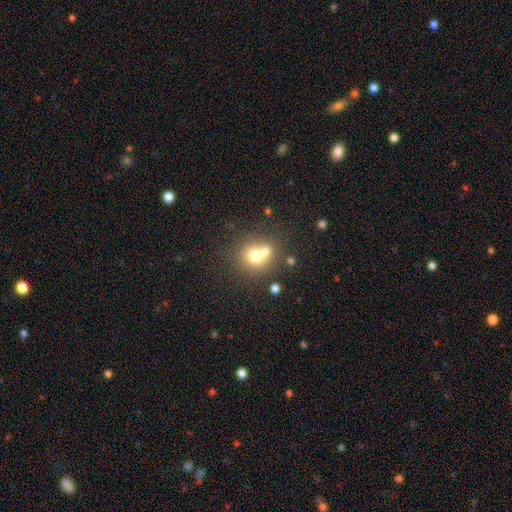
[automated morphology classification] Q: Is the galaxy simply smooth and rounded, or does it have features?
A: smooth — 68%.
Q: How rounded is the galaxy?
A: round — 83%.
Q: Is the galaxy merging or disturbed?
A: merger — 47%.